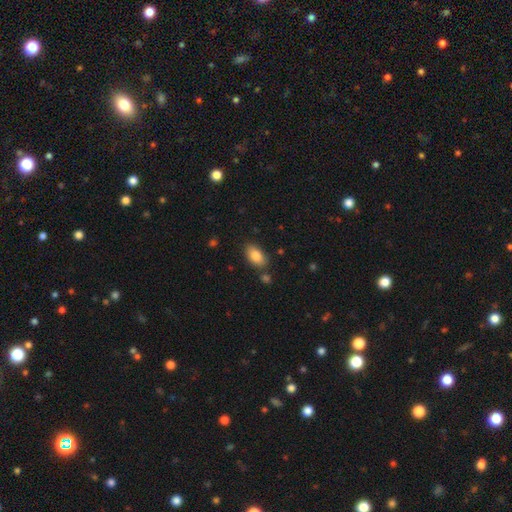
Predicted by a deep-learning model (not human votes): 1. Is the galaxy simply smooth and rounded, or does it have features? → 85% smooth, 8% featured or disk, 8% star or artifact.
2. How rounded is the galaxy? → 92% in between, 6% round, 3% cigar-shaped.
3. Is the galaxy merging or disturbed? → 80% none, 12% minor disturbance, 5% merger, 3% major disturbance.